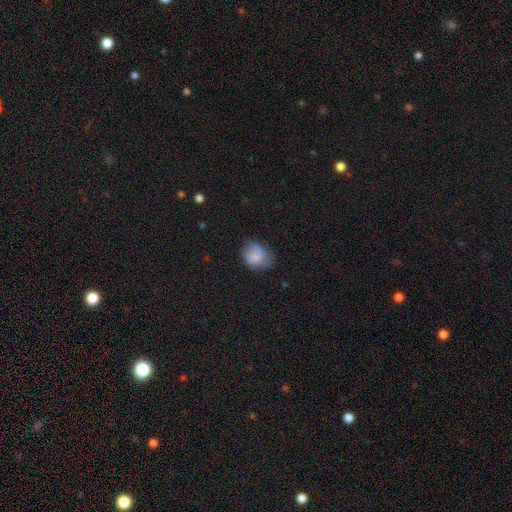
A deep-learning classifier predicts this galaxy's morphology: Q: Smooth or featured?
A: smooth (76%); runner-up: featured or disk (15%)
Q: How rounded?
A: in between (53%); runner-up: round (46%)
Q: Merging?
A: none (44%); runner-up: minor disturbance (36%)